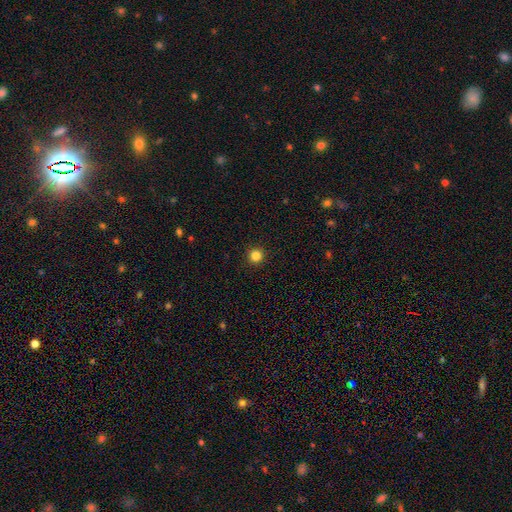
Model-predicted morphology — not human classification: Smooth or featured? Predicted: smooth (p=0.83). How rounded? Predicted: round (p=0.96). Merging? Predicted: none (p=0.93).